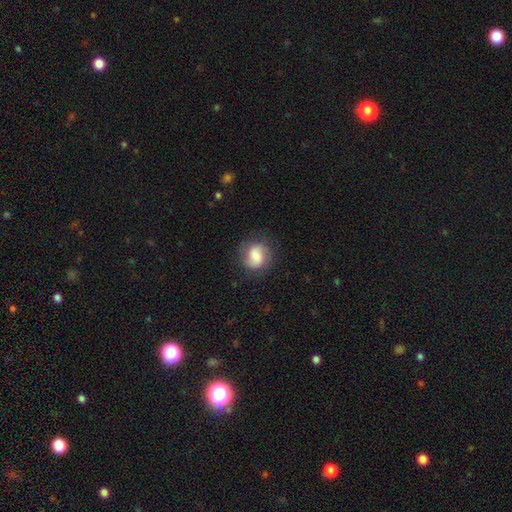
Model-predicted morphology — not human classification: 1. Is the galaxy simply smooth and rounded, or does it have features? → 47% smooth, 45% featured or disk, 9% star or artifact.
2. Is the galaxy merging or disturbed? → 77% none, 15% minor disturbance, 6% major disturbance, 1% merger.